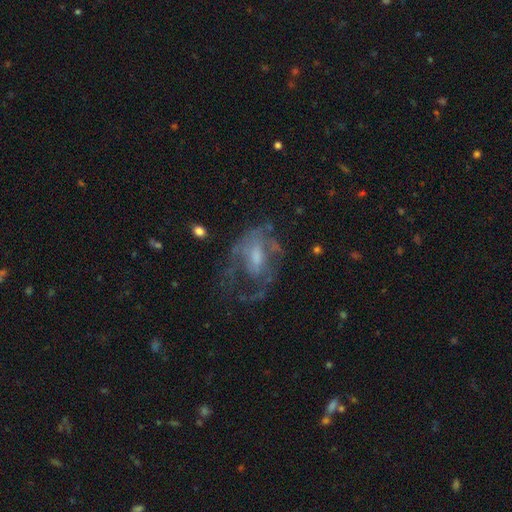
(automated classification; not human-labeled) Q: Smooth or featured?
A: featured or disk (68%); runner-up: smooth (22%)
Q: Edge-on disk?
A: no (95%); runner-up: yes (5%)
Q: Bar?
A: no (50%); runner-up: weak (39%)
Q: Spiral arms?
A: yes (53%); runner-up: no (47%)
Q: Bulge size?
A: moderate (43%); runner-up: small (34%)
Q: Merging?
A: major disturbance (42%); runner-up: none (36%)